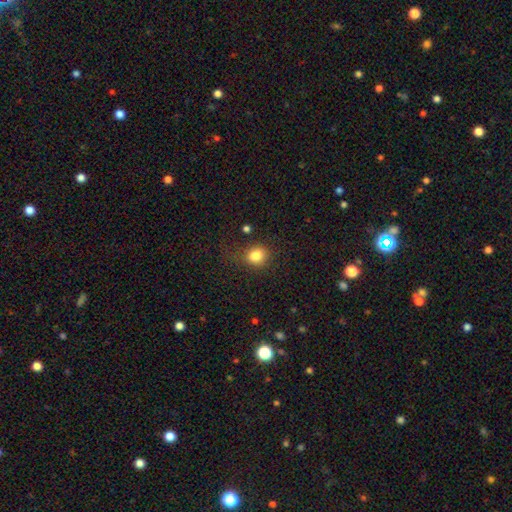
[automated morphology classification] Smooth or featured?
  - smooth: 83% *
  - star or artifact: 11%
  - featured or disk: 5%
How rounded?
  - round: 66% *
  - in between: 33%
  - cigar-shaped: 1%
Merging?
  - none: 74% *
  - minor disturbance: 15%
  - major disturbance: 7%
  - merger: 3%